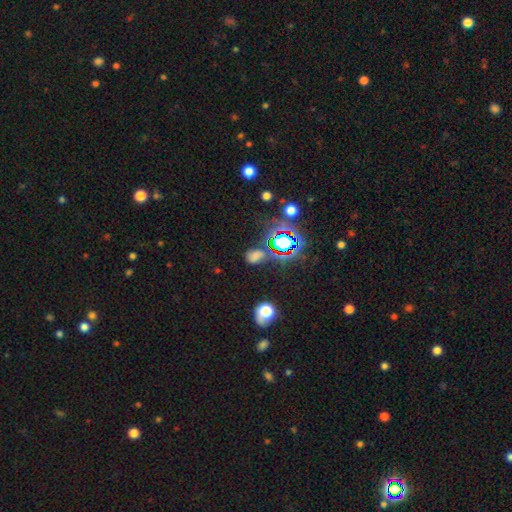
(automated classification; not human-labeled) Smooth or featured: smooth — 49% (star or artifact — 41%)
Merging: none — 61% (minor disturbance — 19%)